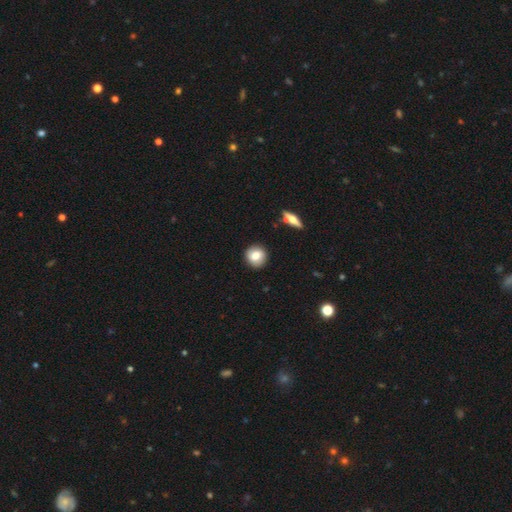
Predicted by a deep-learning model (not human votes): This is likely a smooth galaxy (76%). How rounded: clearly round (91%). Merging: clearly none (90%).